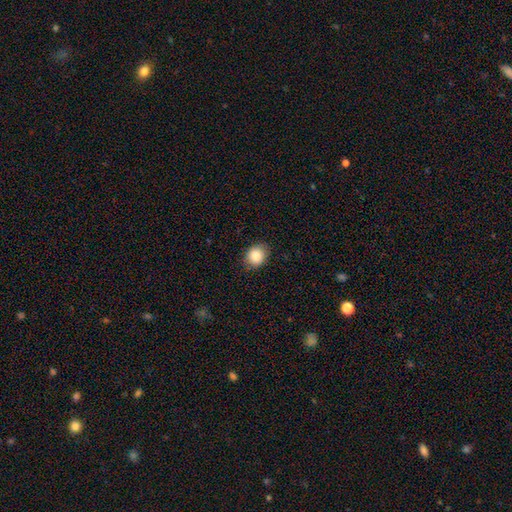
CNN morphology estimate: A smooth galaxy with no disk features (85%) that is round (61%). Merging: none (84%).